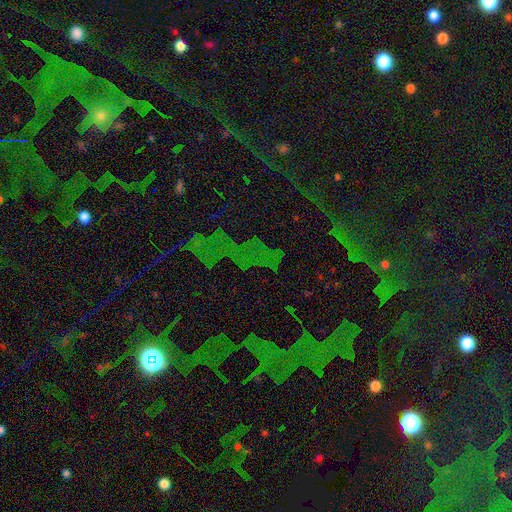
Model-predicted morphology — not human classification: Q: Smooth or featured?
A: star or artifact (73%); runner-up: smooth (14%)